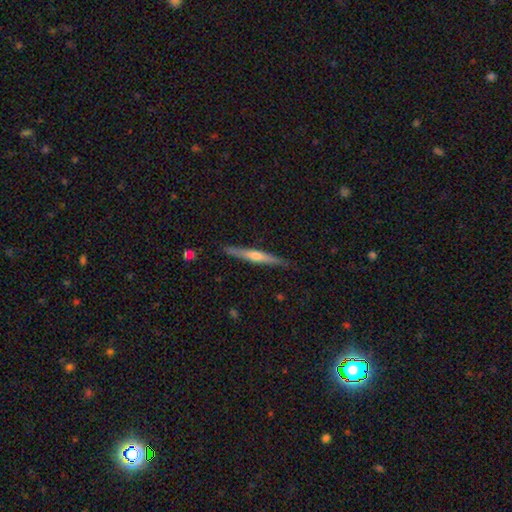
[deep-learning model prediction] A featured or disk galaxy (61%) viewed edge-on (97%) with a rounded central bulge (75%). Merging: none (89%).